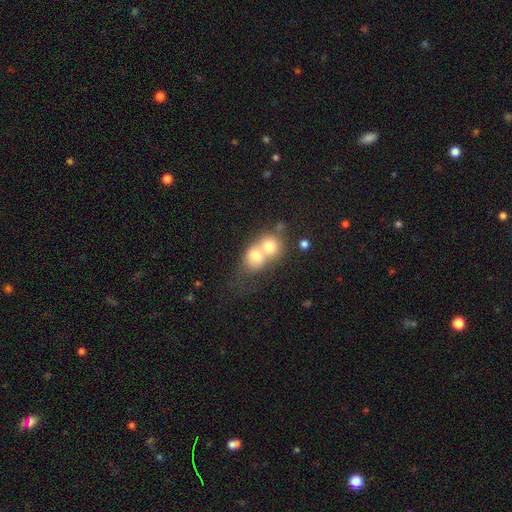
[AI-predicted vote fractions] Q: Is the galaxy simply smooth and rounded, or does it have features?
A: smooth — 69%.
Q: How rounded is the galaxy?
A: round — 65%.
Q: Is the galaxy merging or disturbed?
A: merger — 74%.